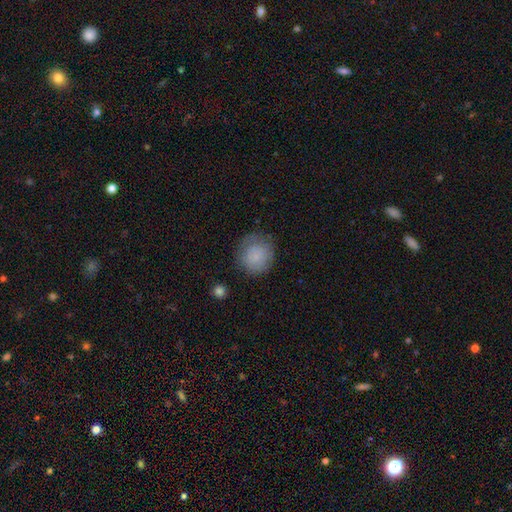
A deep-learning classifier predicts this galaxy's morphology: smooth_or_featured: smooth (p=0.79) [alt: featured or disk p=0.13]
how_rounded: round (p=0.89) [alt: in between p=0.10]
merging: none (p=0.73) [alt: minor disturbance p=0.18]